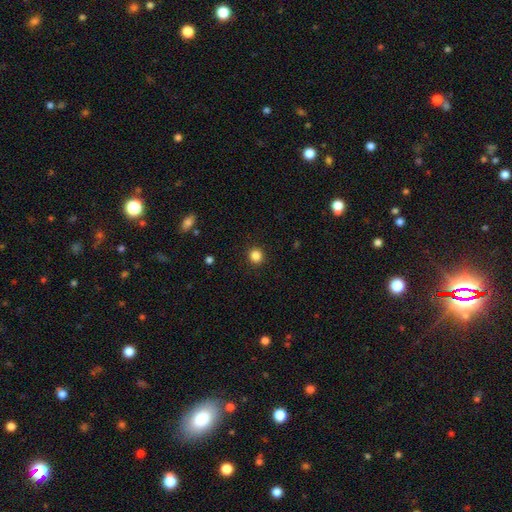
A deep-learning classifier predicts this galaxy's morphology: Smooth or featured? Predicted: smooth (p=0.85). How rounded? Predicted: round (p=0.91). Merging? Predicted: none (p=0.92).